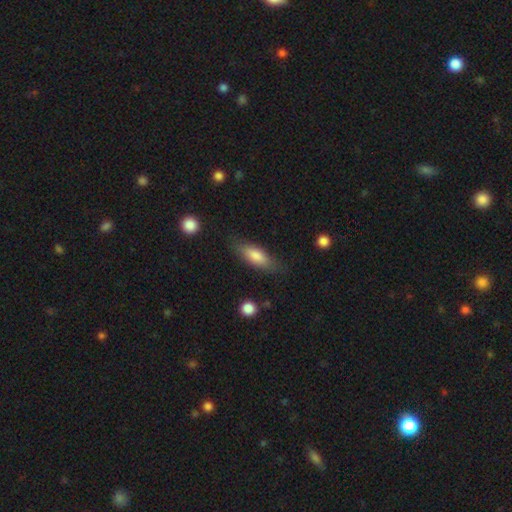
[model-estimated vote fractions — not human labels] smooth 76%, featured or disk 18%, star or artifact 6%. Down the decision tree: how rounded — in between (58%); merging — none (78%).